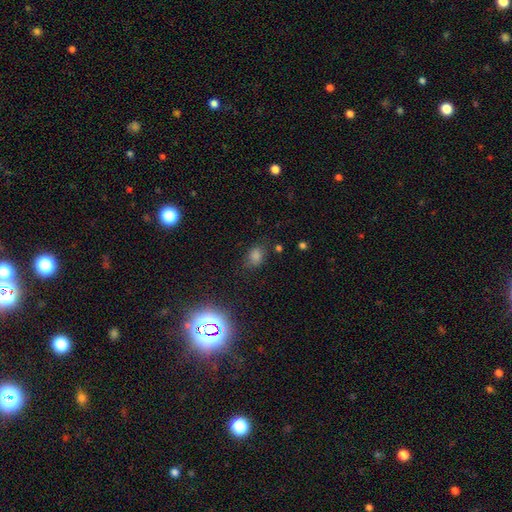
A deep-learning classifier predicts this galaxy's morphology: Smooth or featured: smooth — 63% (star or artifact — 28%)
How rounded: in between — 53% (round — 45%)
Merging: none — 70% (minor disturbance — 20%)